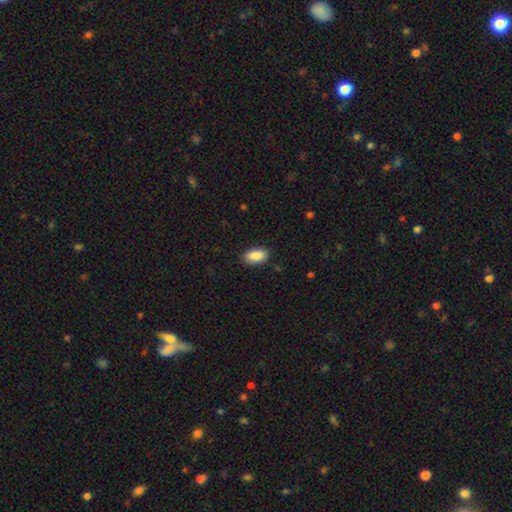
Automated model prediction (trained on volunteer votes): This is clearly a smooth galaxy (89%). How rounded: clearly in between (94%). Merging: clearly none (87%).